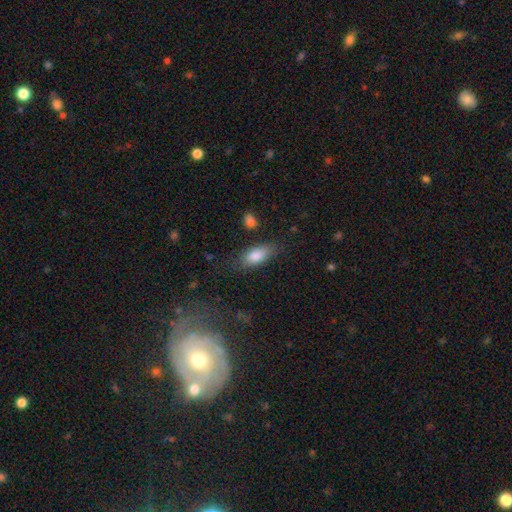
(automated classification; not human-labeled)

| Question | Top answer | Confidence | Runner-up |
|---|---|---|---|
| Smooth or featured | smooth | 84% | featured or disk (9%) |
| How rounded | in between | 87% | cigar-shaped (9%) |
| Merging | none | 73% | minor disturbance (18%) |